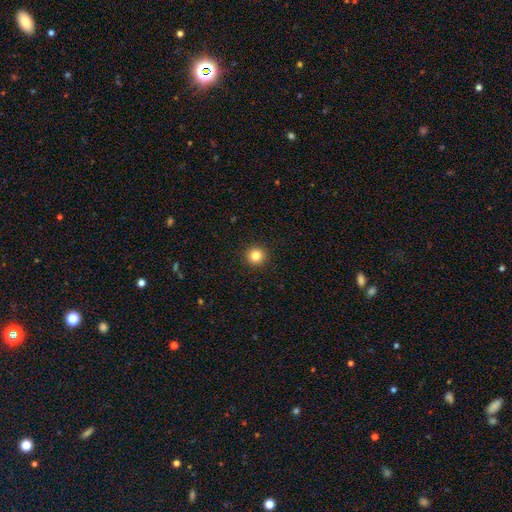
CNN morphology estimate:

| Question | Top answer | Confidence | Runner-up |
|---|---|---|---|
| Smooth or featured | smooth | 83% | star or artifact (12%) |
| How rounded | round | 95% | in between (4%) |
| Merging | none | 93% | minor disturbance (4%) |